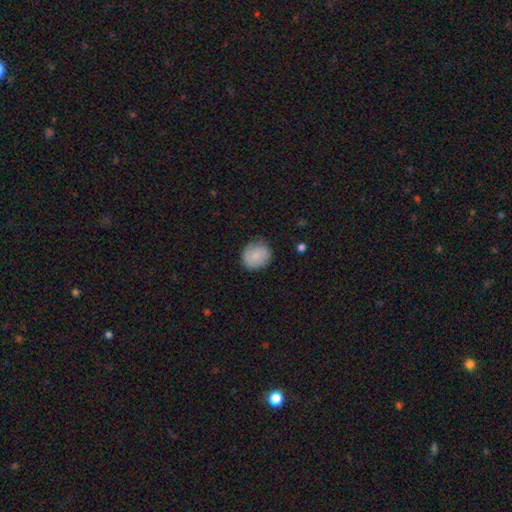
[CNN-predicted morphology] Smooth or featured?
  - smooth: 75% *
  - featured or disk: 18%
  - star or artifact: 7%
How rounded?
  - round: 76% *
  - in between: 23%
  - cigar-shaped: 1%
Merging?
  - none: 74% *
  - minor disturbance: 20%
  - major disturbance: 5%
  - merger: 1%